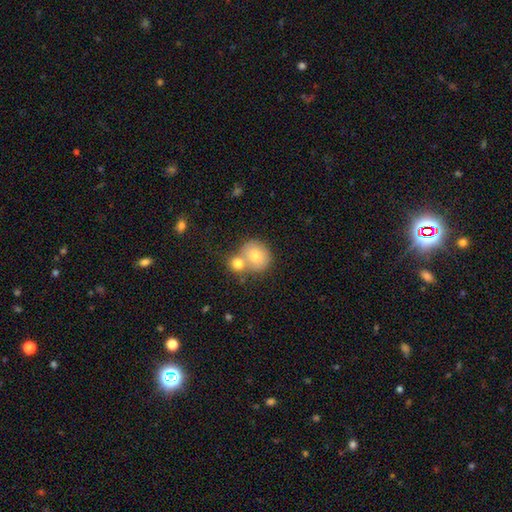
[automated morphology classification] Smooth or featured: smooth — 76% (featured or disk — 15%)
How rounded: round — 84% (in between — 15%)
Merging: merger — 47% (none — 41%)